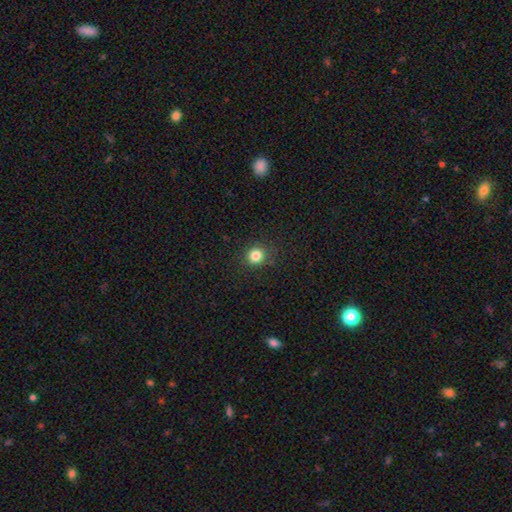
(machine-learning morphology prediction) Q: Smooth or featured?
A: smooth (83%); runner-up: star or artifact (13%)
Q: How rounded?
A: round (89%); runner-up: in between (10%)
Q: Merging?
A: none (88%); runner-up: minor disturbance (8%)